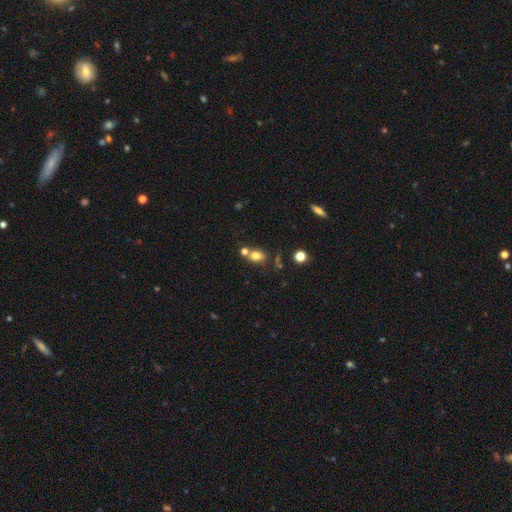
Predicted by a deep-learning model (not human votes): A smooth galaxy with no disk features (76%) that is in between round and cigar-shaped (57%). Merging: none (55%).